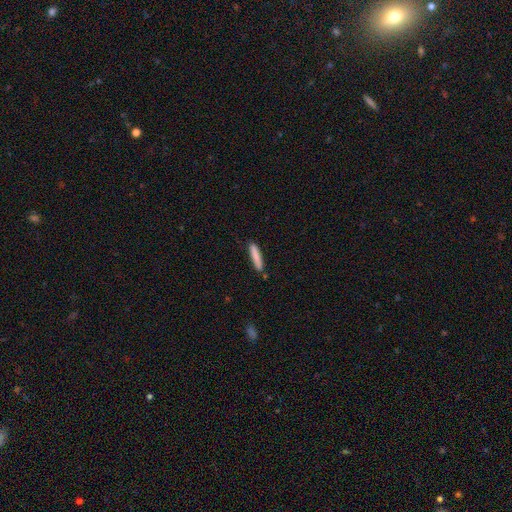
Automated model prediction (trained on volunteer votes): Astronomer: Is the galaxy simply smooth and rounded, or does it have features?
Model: smooth — 84%.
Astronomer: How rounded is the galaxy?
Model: cigar-shaped — 90%.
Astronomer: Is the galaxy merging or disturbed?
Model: none — 85%.